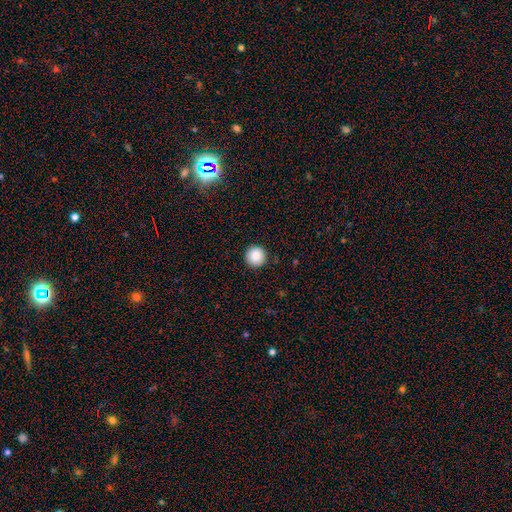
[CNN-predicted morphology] Overall: smooth (88%). How rounded: round (96%). Merging: none (93%).